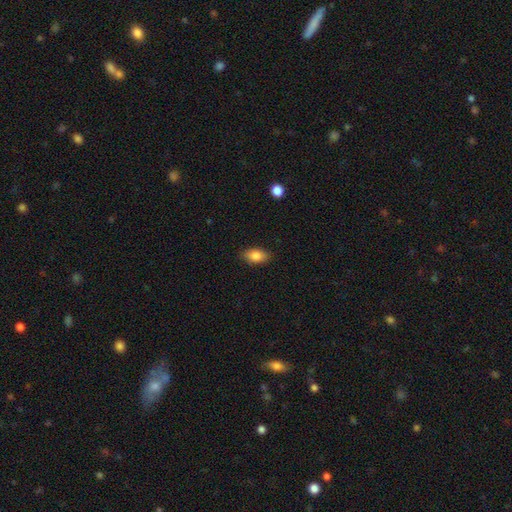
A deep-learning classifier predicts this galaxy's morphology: smooth-or-featured: smooth: 85% | star or artifact: 8% | featured or disk: 7%
  how-rounded: in between: 90% | round: 7% | cigar-shaped: 4%
  merging: none: 86% | minor disturbance: 11% | major disturbance: 2% | merger: 1%